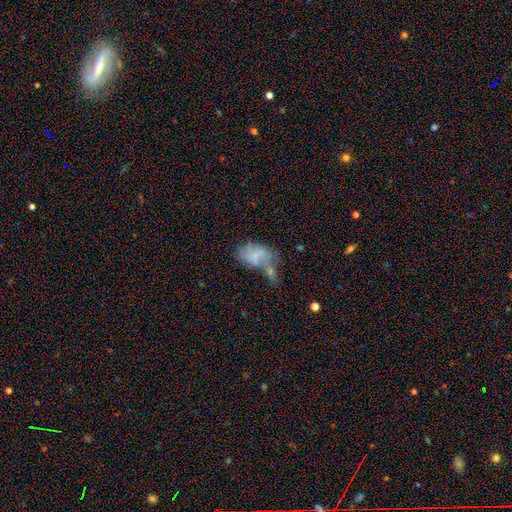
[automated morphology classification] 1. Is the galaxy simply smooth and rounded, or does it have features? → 53% smooth, 36% featured or disk, 11% star or artifact.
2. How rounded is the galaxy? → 88% in between, 10% round, 2% cigar-shaped.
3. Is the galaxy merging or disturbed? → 39% merger, 23% major disturbance, 20% none, 17% minor disturbance.